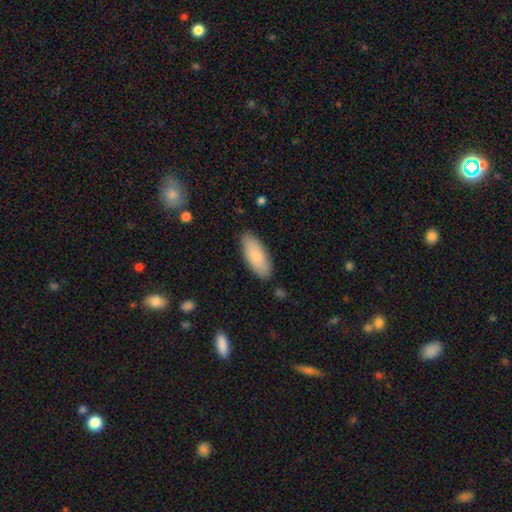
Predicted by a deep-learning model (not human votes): Smooth or featured? Predicted: smooth (p=0.85). How rounded? Predicted: in between (p=0.80). Merging? Predicted: none (p=0.87).